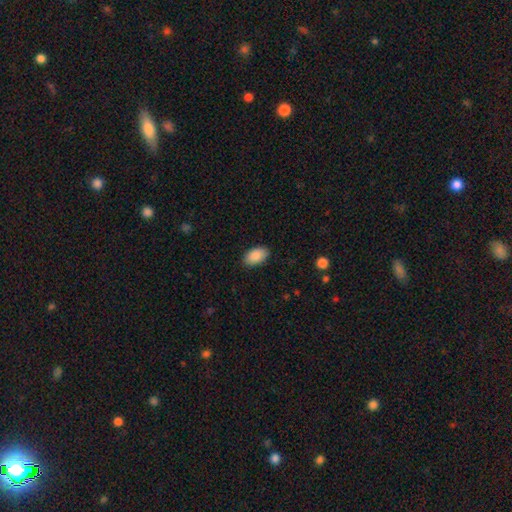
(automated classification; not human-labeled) Smooth or featured? smooth (90%)
How rounded? in between (94%)
Merging? none (88%)